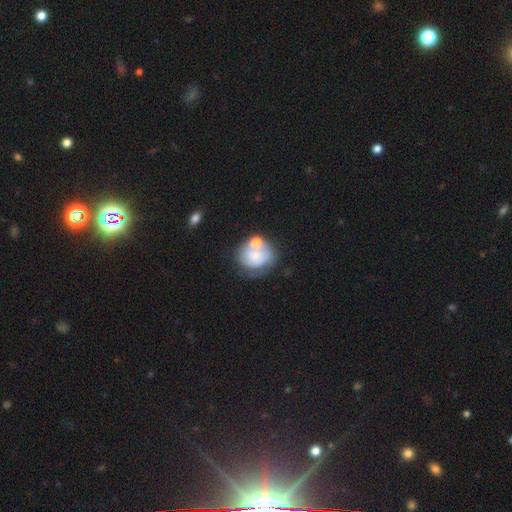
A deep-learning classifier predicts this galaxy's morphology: This appears to be a smooth galaxy with no disk features (53%) that is round (71%). Merging: none (36%).